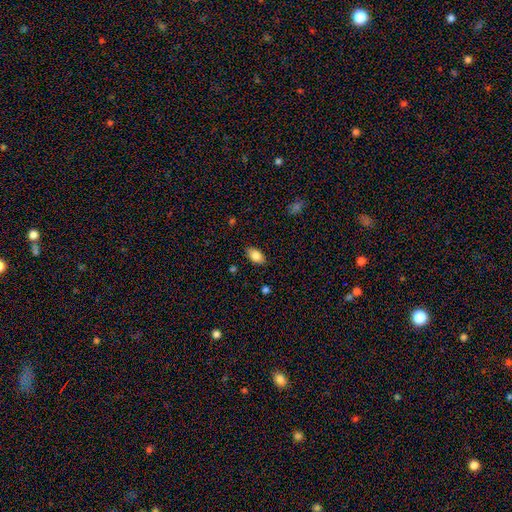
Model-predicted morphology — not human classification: Q: Smooth or featured?
A: smooth (85%); runner-up: star or artifact (8%)
Q: How rounded?
A: in between (92%); runner-up: round (6%)
Q: Merging?
A: none (86%); runner-up: minor disturbance (11%)